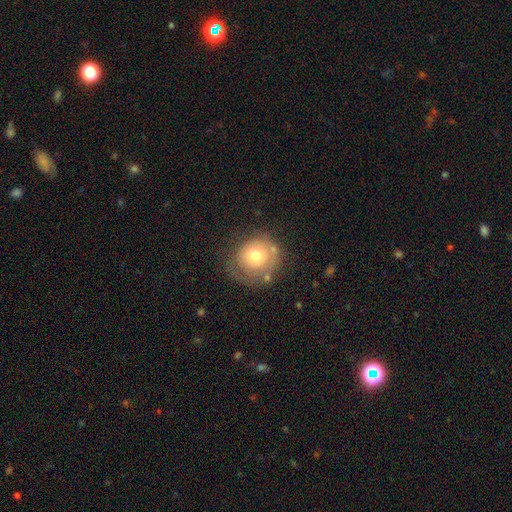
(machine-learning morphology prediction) A smooth galaxy with no disk features (64%) that is round (87%).

Vote fractions:
- Smooth or featured? smooth: 64% / featured or disk: 26% / star or artifact: 9%
- How rounded? round: 87% / in between: 12% / cigar-shaped: 1%
- Merging? none: 58% / minor disturbance: 24% / major disturbance: 13% / merger: 6%